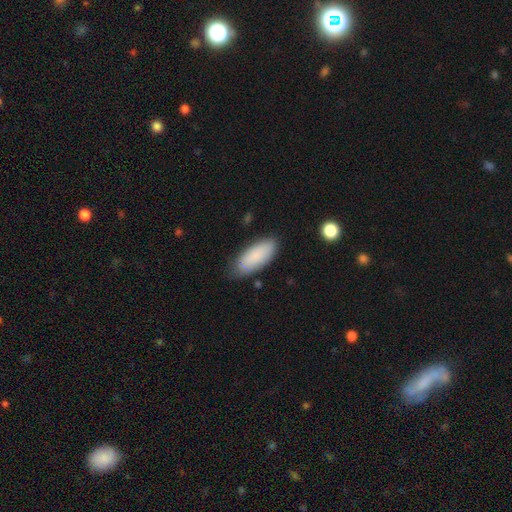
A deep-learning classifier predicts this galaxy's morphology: A smooth galaxy with no disk features (85%) that is in between round and cigar-shaped (83%). Merging: none (77%).